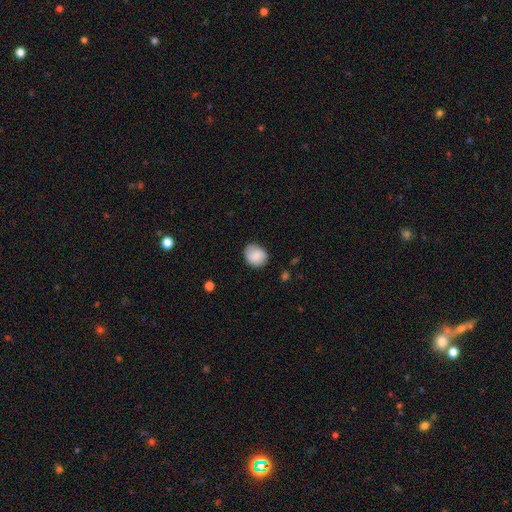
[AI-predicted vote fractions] Smooth or featured? Predicted: smooth (p=0.83). How rounded? Predicted: round (p=0.67). Merging? Predicted: none (p=0.78).